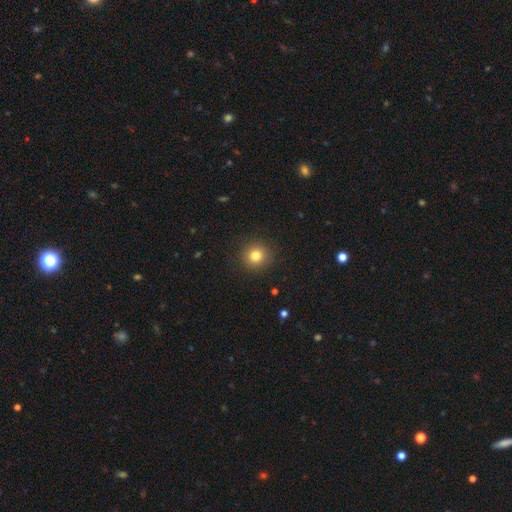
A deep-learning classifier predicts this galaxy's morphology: This is clearly a smooth galaxy (80%). How rounded: clearly round (93%). Merging: clearly none (91%).